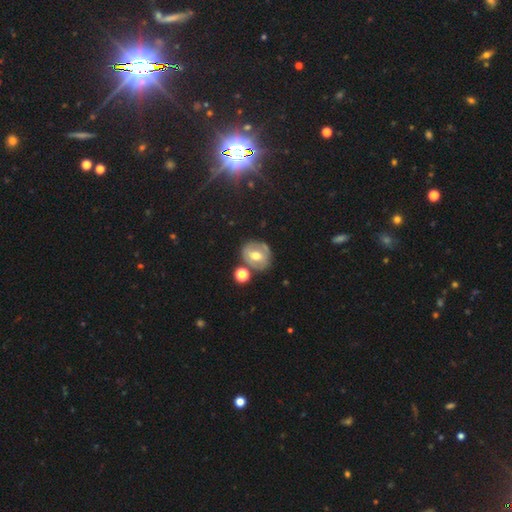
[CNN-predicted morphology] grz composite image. It shows a smooth galaxy with no disk features (49%). Merging: none (69%).